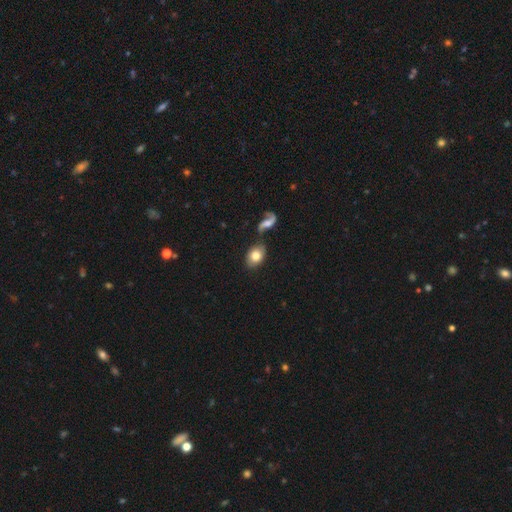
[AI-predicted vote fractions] A smooth galaxy with no disk features (75%) that is in between round and cigar-shaped (76%).

Vote fractions:
- Smooth or featured? smooth: 75% / featured or disk: 18% / star or artifact: 7%
- How rounded? in between: 76% / round: 23% / cigar-shaped: 2%
- Merging? none: 61% / merger: 19% / minor disturbance: 15% / major disturbance: 6%